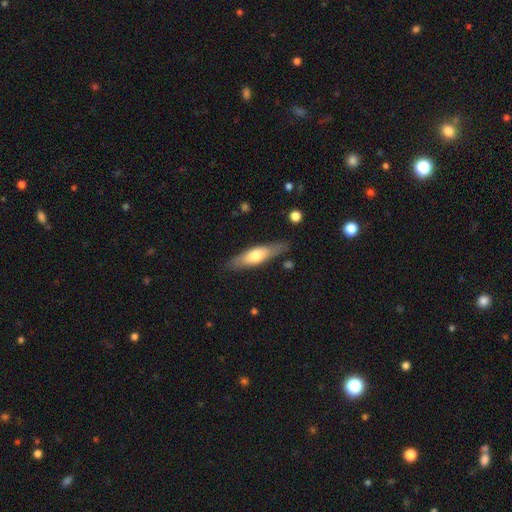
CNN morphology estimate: Overall: smooth (56%; featured or disk 38%). How rounded: cigar-shaped (62%; in between 36%). Merging: none (82%).